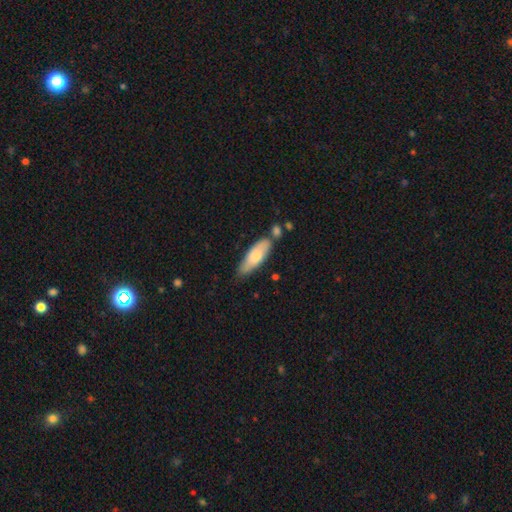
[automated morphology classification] Smooth or featured? smooth (73%)
How rounded? in between (58%)
Merging? none (61%)